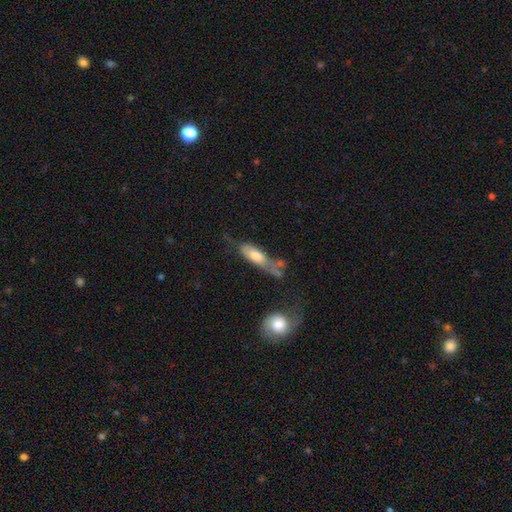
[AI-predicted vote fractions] The model was most divided on "merging": major disturbance: 28%, none: 27%, minor disturbance: 24%, merger: 21%. More confident: how rounded — in between (59%); smooth or featured — smooth (58%).